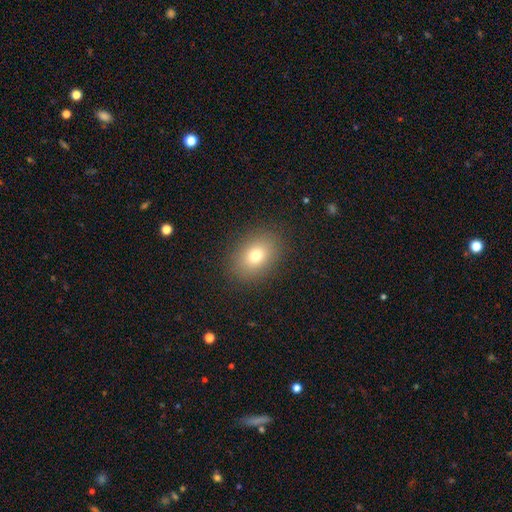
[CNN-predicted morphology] Smooth or featured?
  - smooth: 75% *
  - star or artifact: 13%
  - featured or disk: 12%
How rounded?
  - in between: 67% *
  - round: 31%
  - cigar-shaped: 1%
Merging?
  - none: 88% *
  - minor disturbance: 8%
  - major disturbance: 3%
  - merger: 1%